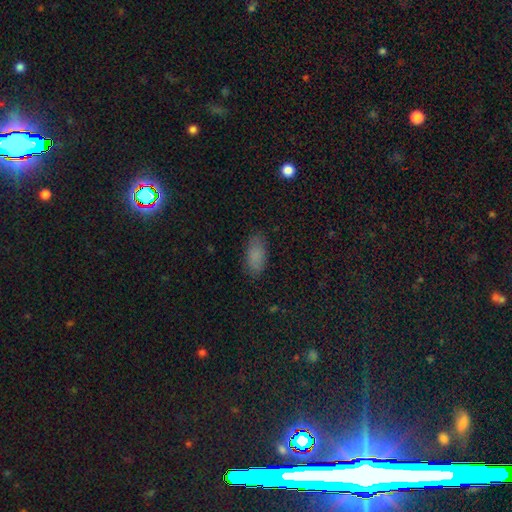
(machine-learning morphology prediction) smooth_or_featured: smooth (p=0.83) [alt: star or artifact p=0.11]
how_rounded: in between (p=0.90) [alt: cigar-shaped p=0.07]
merging: none (p=0.83) [alt: minor disturbance p=0.12]